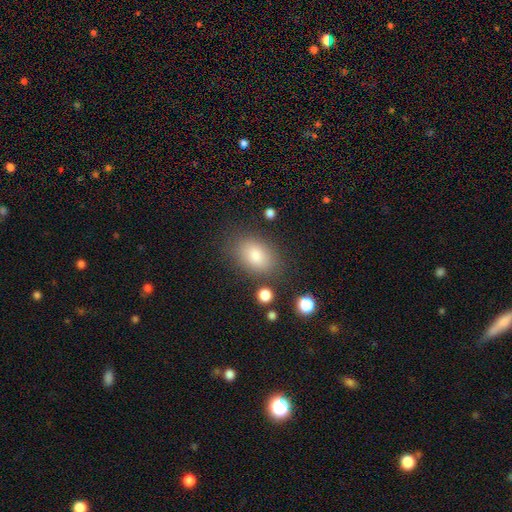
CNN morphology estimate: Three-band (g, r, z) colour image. It shows a smooth galaxy with no disk features (82%) that is in between round and cigar-shaped (85%). Merging: none (79%).